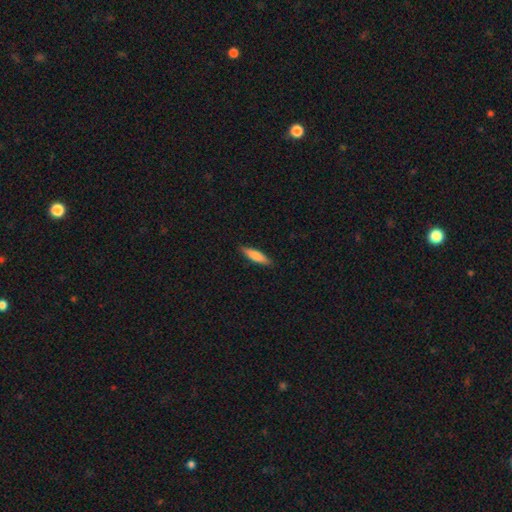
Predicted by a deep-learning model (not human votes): Smooth or featured? Predicted: smooth (p=0.77). How rounded? Predicted: cigar-shaped (p=0.71). Merging? Predicted: none (p=0.89).